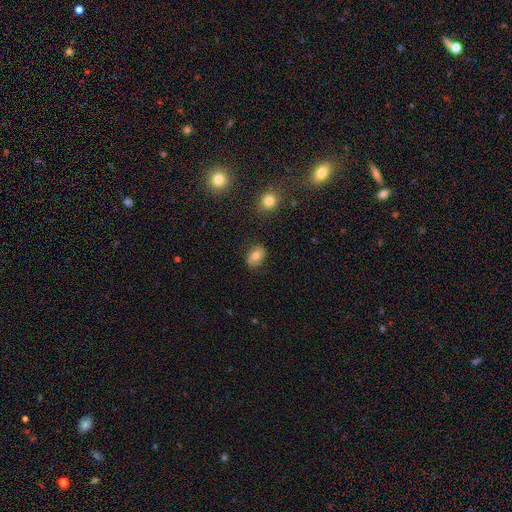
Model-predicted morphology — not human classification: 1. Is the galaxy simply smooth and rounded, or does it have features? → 71% smooth, 19% featured or disk, 10% star or artifact.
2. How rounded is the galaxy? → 65% in between, 34% round, 1% cigar-shaped.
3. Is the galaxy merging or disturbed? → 83% none, 13% minor disturbance, 3% major disturbance, 1% merger.